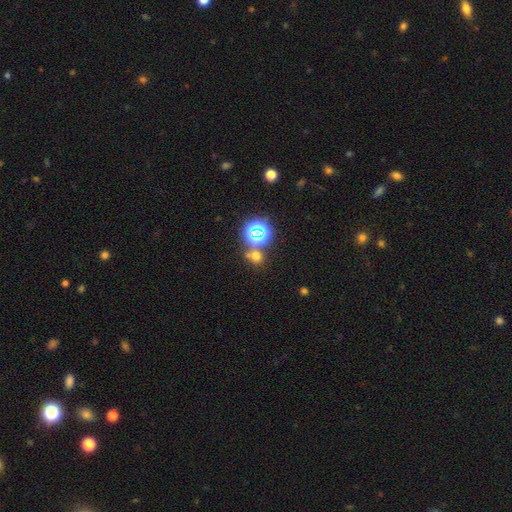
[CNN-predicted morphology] type=smooth (56%); roundness=round (78%); merging=none (66%).